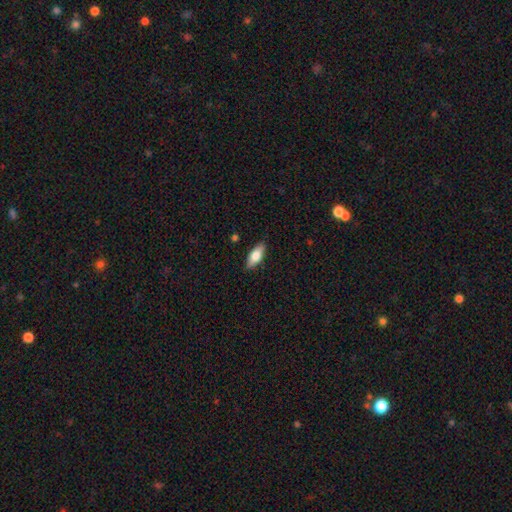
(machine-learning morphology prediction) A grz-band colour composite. It shows a smooth galaxy with no disk features (74%) that is in between round and cigar-shaped (78%). Merging: none (87%).